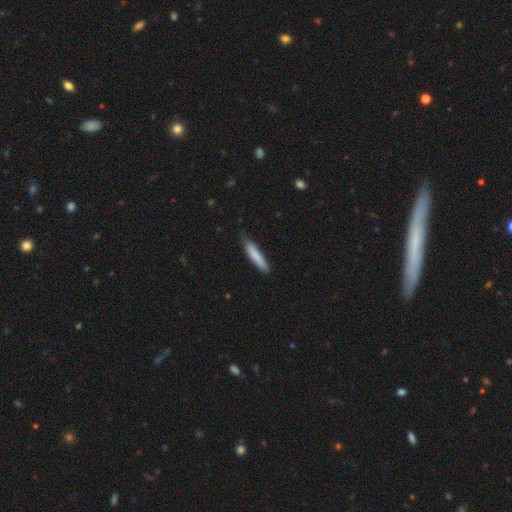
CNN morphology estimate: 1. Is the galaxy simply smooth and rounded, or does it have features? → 82% smooth, 12% featured or disk, 6% star or artifact.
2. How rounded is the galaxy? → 87% cigar-shaped, 11% in between, 1% round.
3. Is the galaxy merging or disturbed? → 77% none, 19% minor disturbance, 3% major disturbance, 1% merger.